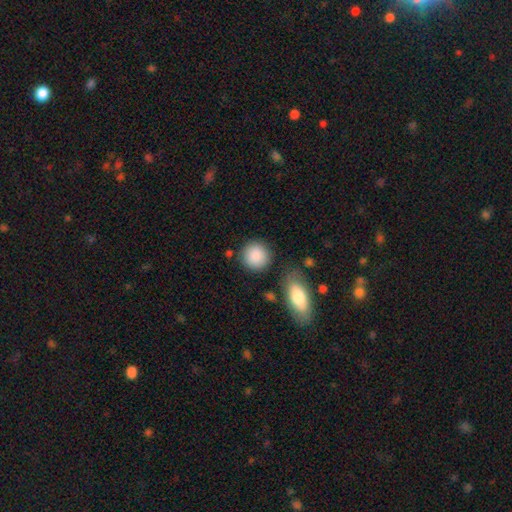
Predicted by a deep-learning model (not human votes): smooth-or-featured: smooth: 89% | star or artifact: 6% | featured or disk: 4%
  how-rounded: round: 90% | in between: 9% | cigar-shaped: 1%
  merging: none: 81% | minor disturbance: 10% | merger: 5% | major disturbance: 4%